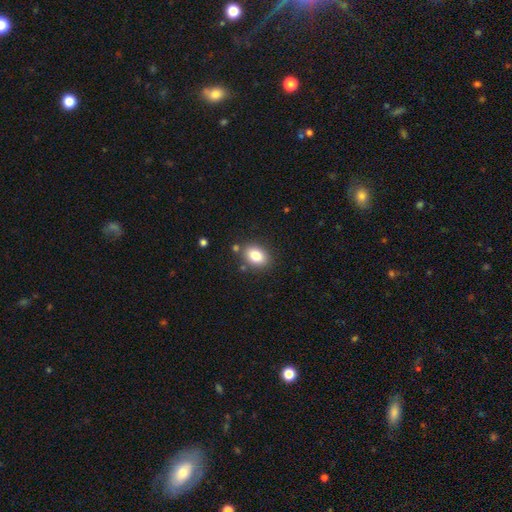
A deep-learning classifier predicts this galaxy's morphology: smooth-or-featured: smooth: 82% | star or artifact: 9% | featured or disk: 9%
  how-rounded: in between: 75% | round: 24% | cigar-shaped: 1%
  merging: none: 82% | minor disturbance: 11% | merger: 5% | major disturbance: 3%